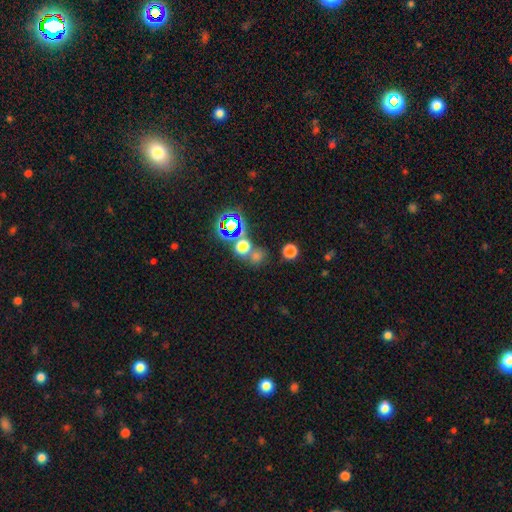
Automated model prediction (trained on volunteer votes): Smooth or featured: star or artifact — 49% (smooth — 43%)